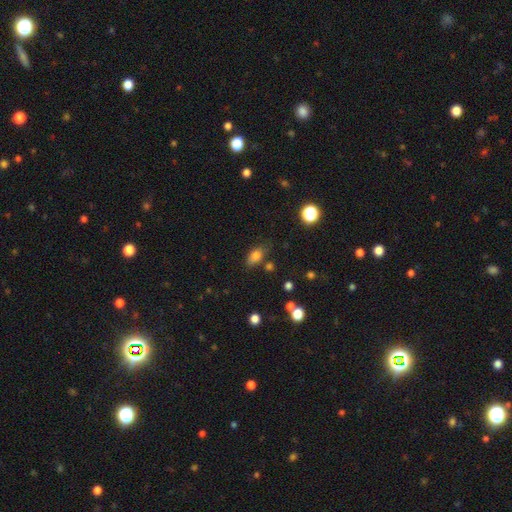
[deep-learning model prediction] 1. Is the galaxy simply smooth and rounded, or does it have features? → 77% smooth, 13% star or artifact, 9% featured or disk.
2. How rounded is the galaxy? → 84% in between, 11% round, 5% cigar-shaped.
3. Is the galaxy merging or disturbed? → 71% none, 19% minor disturbance, 5% merger, 5% major disturbance.